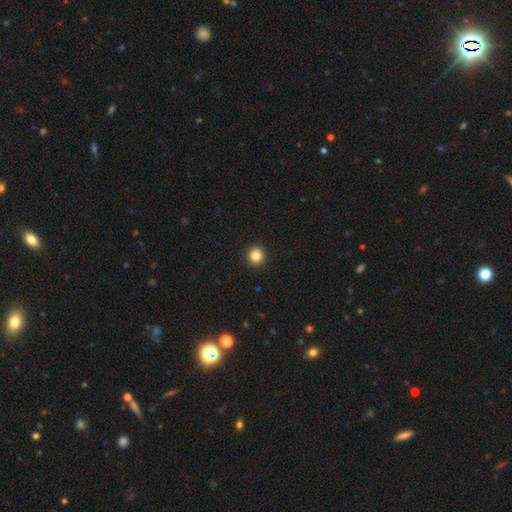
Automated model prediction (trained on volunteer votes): Morphology: type=smooth (85%); roundness=round (92%); merging=none (93%).